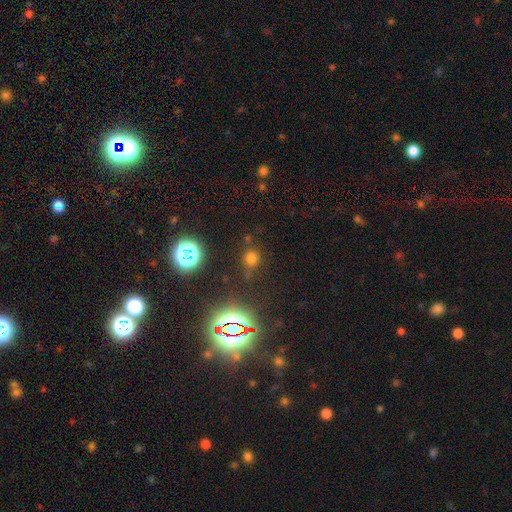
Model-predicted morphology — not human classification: Overall: star or artifact (61%; smooth 30%).